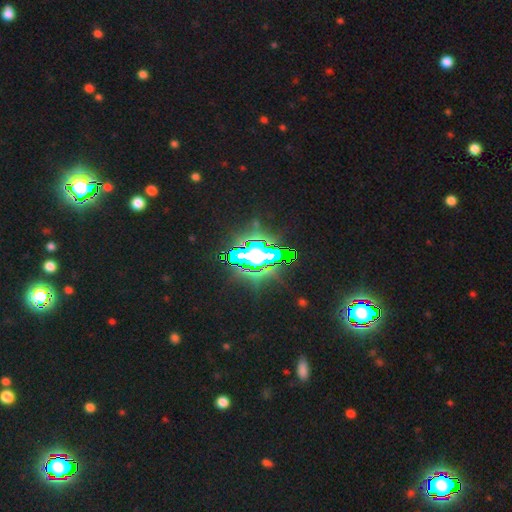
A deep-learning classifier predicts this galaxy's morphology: smooth-or-featured: star or artifact: 74% | smooth: 14% | featured or disk: 12%